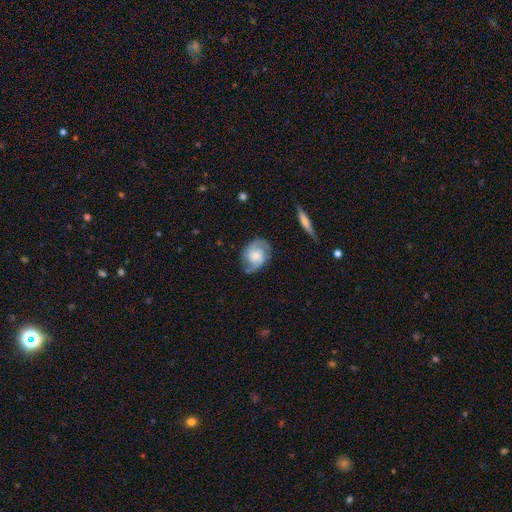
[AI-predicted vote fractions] smooth_or_featured: featured or disk (p=0.66) [alt: smooth p=0.27]
disk_edge_on: no (p=0.97) [alt: yes p=0.03]
bar: no (p=0.61) [alt: weak p=0.33]
has_spiral_arms: yes (p=0.92) [alt: no p=0.08]
spiral_winding: medium (p=0.47) [alt: tight p=0.34]
spiral_arm_count: 2 (p=0.80) [alt: can't tell p=0.10]
bulge_size: moderate (p=0.38) [alt: small p=0.32]
merging: none (p=0.69) [alt: minor disturbance p=0.21]